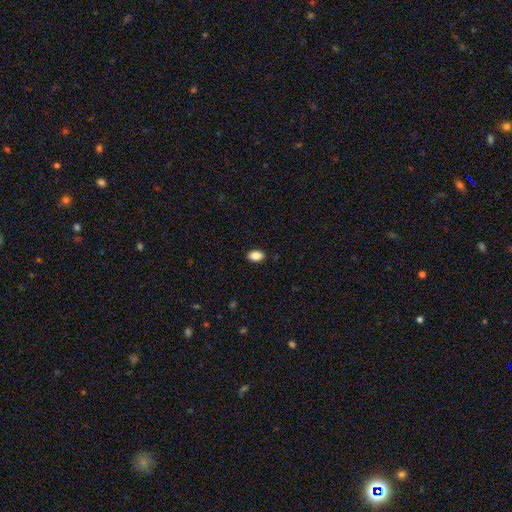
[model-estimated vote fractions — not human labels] A smooth galaxy with no disk features (87%) that is in between round and cigar-shaped (88%).

Vote fractions:
- Smooth or featured? smooth: 87% / star or artifact: 8% / featured or disk: 5%
- How rounded? in between: 88% / round: 10% / cigar-shaped: 2%
- Merging? none: 89% / minor disturbance: 9% / major disturbance: 2% / merger: 1%